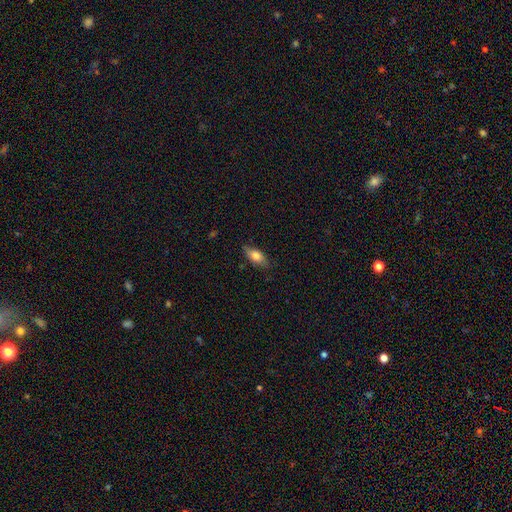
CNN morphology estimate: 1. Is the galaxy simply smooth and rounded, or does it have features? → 75% smooth, 18% featured or disk, 7% star or artifact.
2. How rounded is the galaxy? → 81% in between, 15% cigar-shaped, 3% round.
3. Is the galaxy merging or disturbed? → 76% none, 19% minor disturbance, 3% major disturbance, 1% merger.